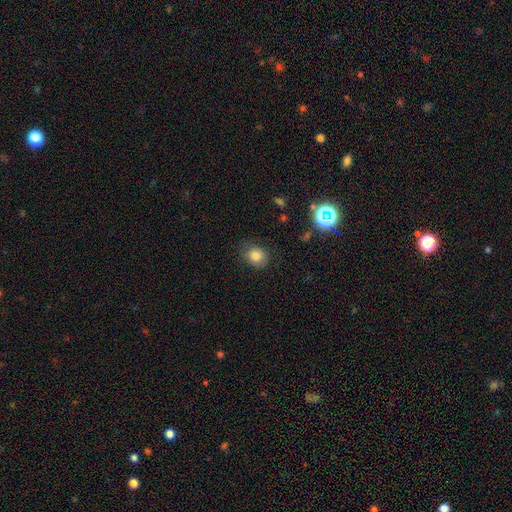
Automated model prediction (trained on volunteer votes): Morphology: type=smooth (81%); roundness=round (66%); merging=none (75%).